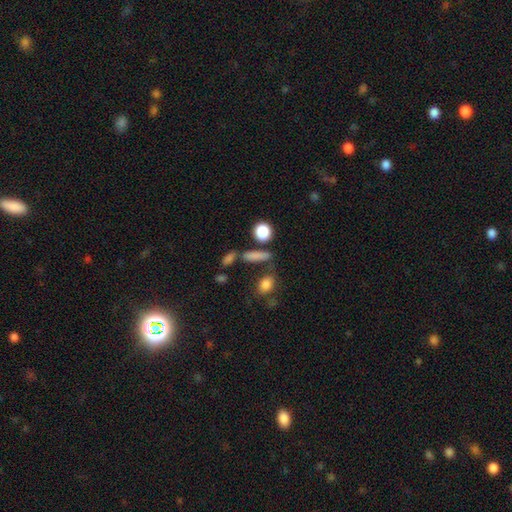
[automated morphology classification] smooth 77%, star or artifact 13%, featured or disk 10%. Down the decision tree: how rounded — cigar-shaped (40%); merging — none (70%).